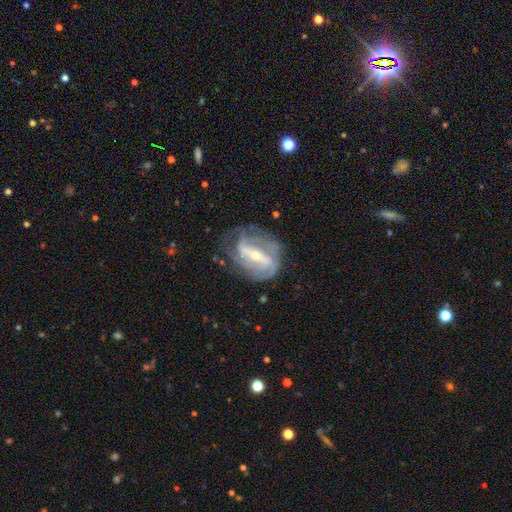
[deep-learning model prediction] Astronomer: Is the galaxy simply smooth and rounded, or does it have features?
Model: featured or disk — 85%.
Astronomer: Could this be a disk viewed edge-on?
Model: no — 94%.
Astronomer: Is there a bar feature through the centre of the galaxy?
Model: strong — 62%.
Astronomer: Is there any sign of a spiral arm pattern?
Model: yes — 90%.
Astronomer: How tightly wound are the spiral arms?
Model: tight — 42% (runner-up: medium, 40%).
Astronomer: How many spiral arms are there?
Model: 2 — 47% (runner-up: can't tell, 25%).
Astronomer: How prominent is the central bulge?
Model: small — 57% (runner-up: moderate, 40%).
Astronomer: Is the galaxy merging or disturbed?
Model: none — 63%.